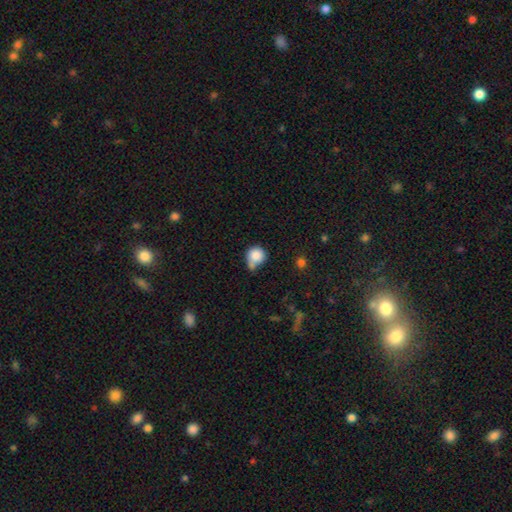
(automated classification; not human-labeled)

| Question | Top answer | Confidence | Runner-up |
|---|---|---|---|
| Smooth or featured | smooth | 83% | star or artifact (9%) |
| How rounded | round | 87% | in between (12%) |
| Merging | none | 43% | merger (24%) |